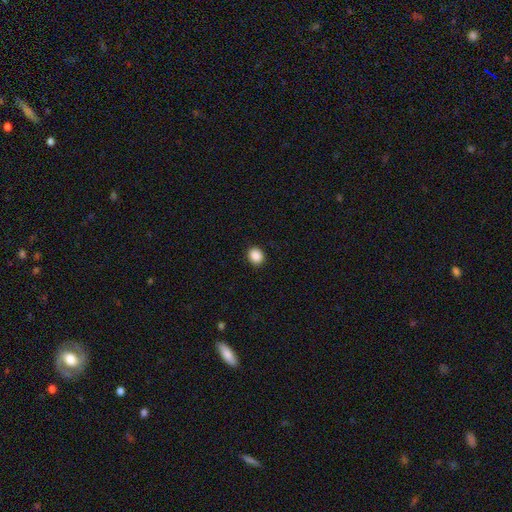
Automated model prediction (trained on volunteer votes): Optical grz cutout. It shows a smooth galaxy with no disk features (89%) that is round (69%). Merging: none (91%).